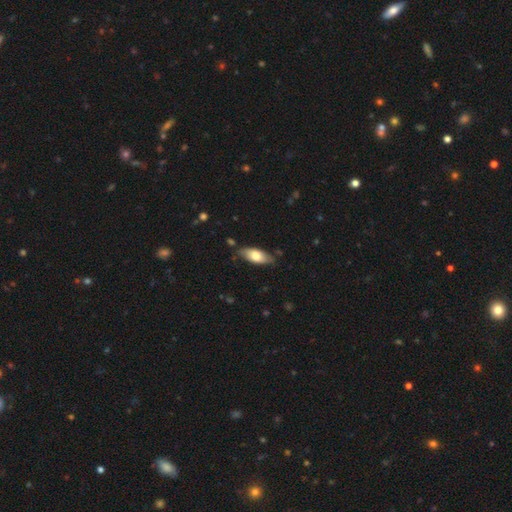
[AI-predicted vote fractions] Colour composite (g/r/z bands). It shows a smooth galaxy with no disk features (70%) that is in between round and cigar-shaped (83%). Merging: none (77%).